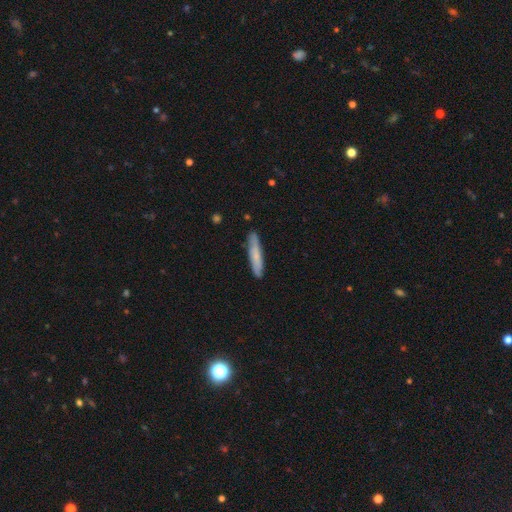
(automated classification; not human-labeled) smooth_or_featured: smooth (p=0.68) [alt: featured or disk p=0.26]
how_rounded: cigar-shaped (p=0.90) [alt: in between p=0.09]
merging: none (p=0.84) [alt: minor disturbance p=0.12]